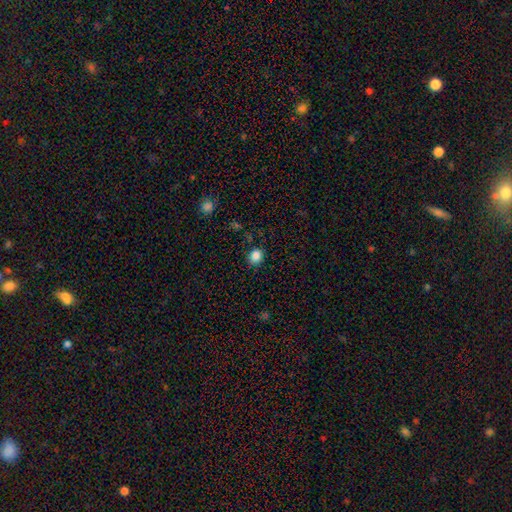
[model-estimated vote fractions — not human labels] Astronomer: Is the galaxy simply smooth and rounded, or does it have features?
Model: smooth — 85%.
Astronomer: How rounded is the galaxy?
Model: round — 72%.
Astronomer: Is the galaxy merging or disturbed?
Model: none — 86%.